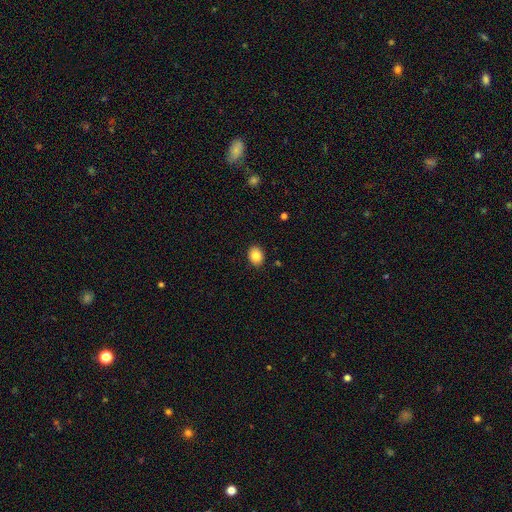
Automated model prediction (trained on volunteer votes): Overall: smooth (86%). How rounded: in between (55%; round 45%). Merging: none (90%).